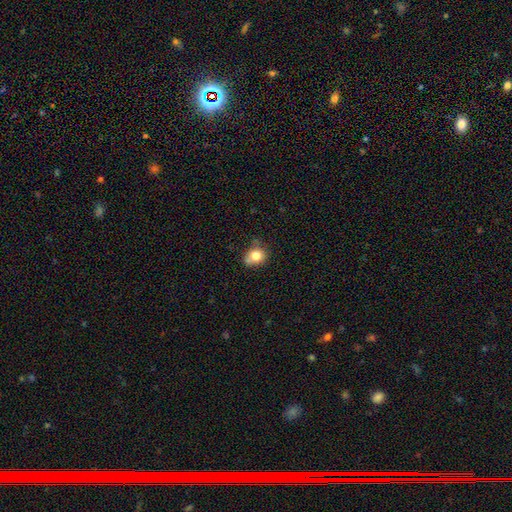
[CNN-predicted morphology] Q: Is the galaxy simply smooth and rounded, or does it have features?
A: smooth — 78%.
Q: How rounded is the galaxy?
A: round — 67%.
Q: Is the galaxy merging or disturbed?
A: none — 54%.